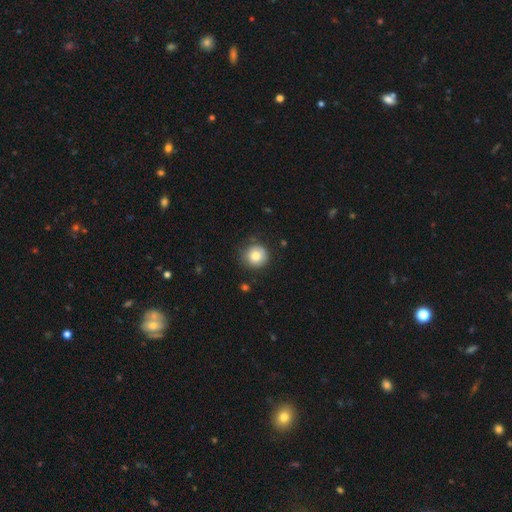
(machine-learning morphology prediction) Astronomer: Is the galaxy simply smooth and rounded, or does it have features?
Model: smooth — 81%.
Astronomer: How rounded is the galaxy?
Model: round — 93%.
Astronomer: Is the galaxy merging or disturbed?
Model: none — 79%.